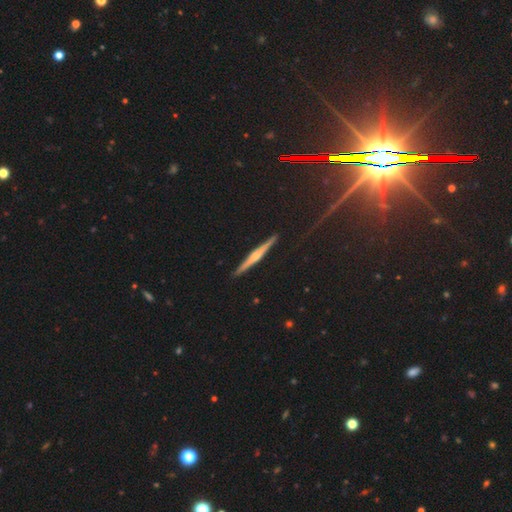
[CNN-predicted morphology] Q: Smooth or featured?
A: featured or disk (71%); runner-up: smooth (21%)
Q: Edge-on disk?
A: yes (98%); runner-up: no (2%)
Q: Edge-on bulge?
A: rounded (71%); runner-up: none (15%)
Q: Merging?
A: none (92%); runner-up: minor disturbance (6%)